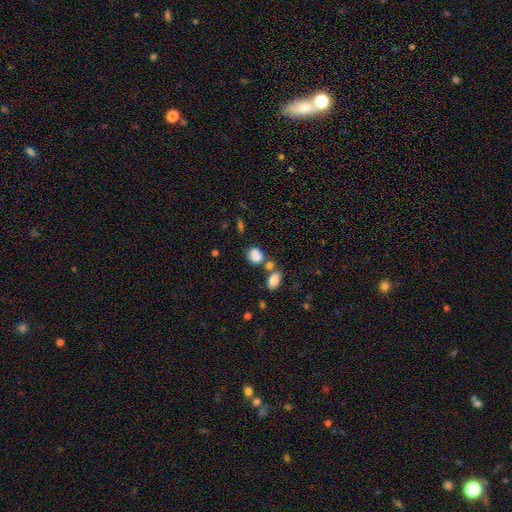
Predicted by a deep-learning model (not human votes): Smooth or featured? Predicted: smooth (p=0.77). How rounded? Predicted: round (p=0.51). Merging? Predicted: merger (p=0.42).